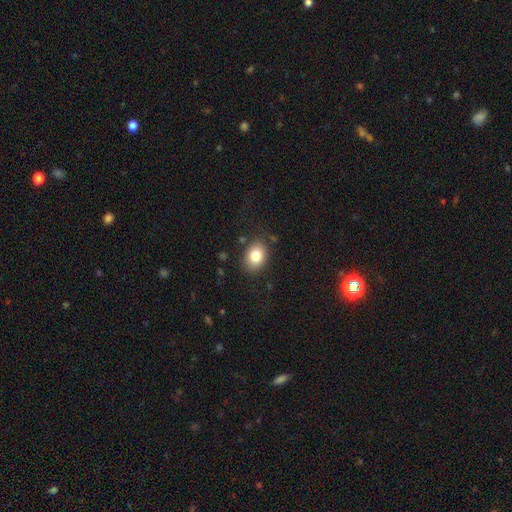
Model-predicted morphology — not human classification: The model was most divided on "how rounded": in between: 65%, round: 34%, cigar-shaped: 1%. More confident: merging — none (83%); smooth or featured — smooth (81%).